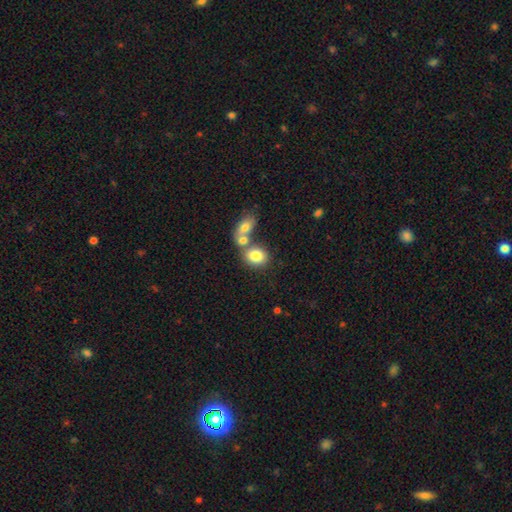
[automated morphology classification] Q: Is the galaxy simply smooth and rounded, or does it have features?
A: smooth — 79%.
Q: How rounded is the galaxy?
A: in between — 52%.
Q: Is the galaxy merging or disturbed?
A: merger — 47%.